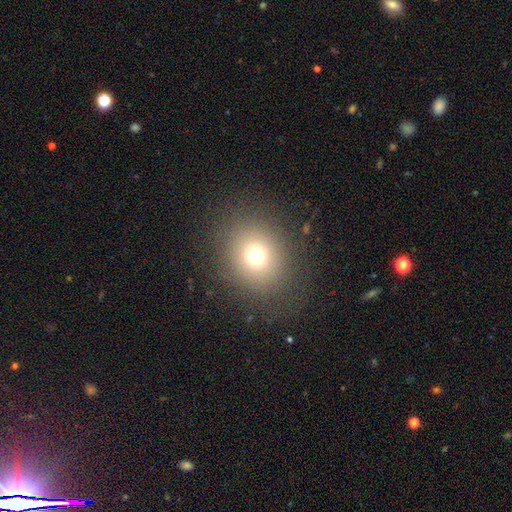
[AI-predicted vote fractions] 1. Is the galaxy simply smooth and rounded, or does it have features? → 70% smooth, 19% star or artifact, 11% featured or disk.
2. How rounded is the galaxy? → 79% round, 21% in between, 1% cigar-shaped.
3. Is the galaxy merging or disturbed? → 85% none, 8% minor disturbance, 6% major disturbance, 1% merger.